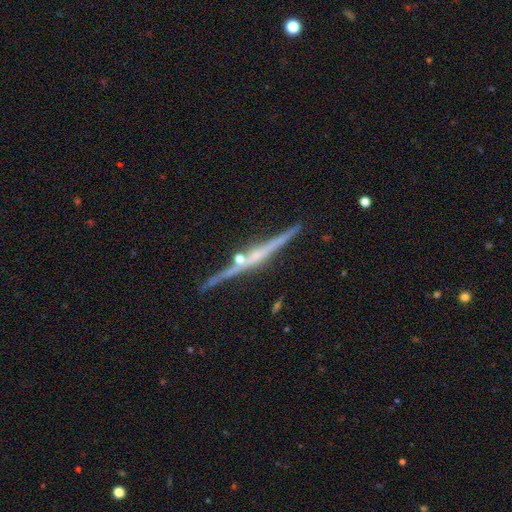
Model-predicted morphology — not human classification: Smooth or featured: featured or disk — 82% (smooth — 11%)
Edge-on disk: yes — 98% (no — 2%)
Edge-on bulge: rounded — 61% (none — 28%)
Merging: none — 84% (minor disturbance — 9%)